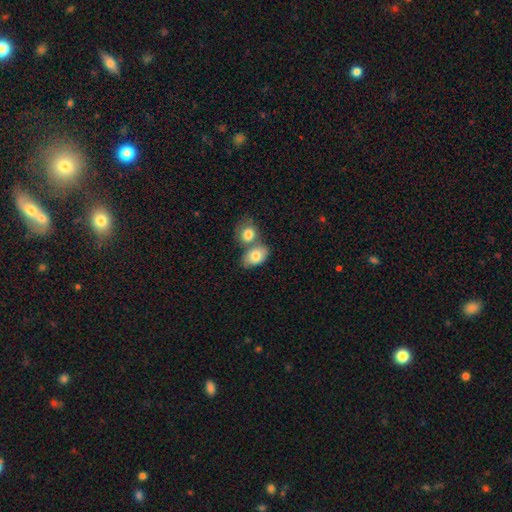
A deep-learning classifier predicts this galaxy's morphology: Smooth or featured?
  - smooth: 80% *
  - featured or disk: 13%
  - star or artifact: 7%
How rounded?
  - in between: 82% *
  - round: 16%
  - cigar-shaped: 1%
Merging?
  - merger: 49% *
  - none: 37%
  - minor disturbance: 10%
  - major disturbance: 3%